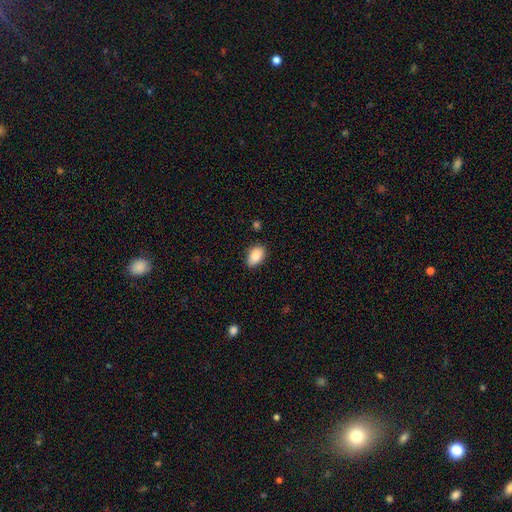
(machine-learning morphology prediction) Smooth or featured: smooth — 89% (star or artifact — 7%)
How rounded: in between — 91% (round — 7%)
Merging: none — 83% (minor disturbance — 13%)